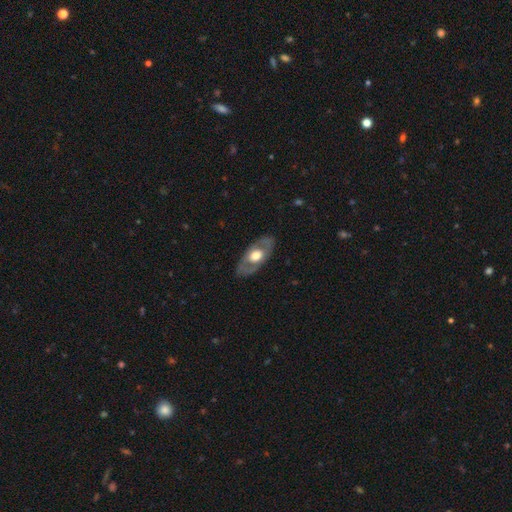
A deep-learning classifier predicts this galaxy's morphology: Smooth or featured: featured or disk — 57% (smooth — 38%)
Edge-on disk: no — 81% (yes — 19%)
Merging: none — 81% (minor disturbance — 13%)